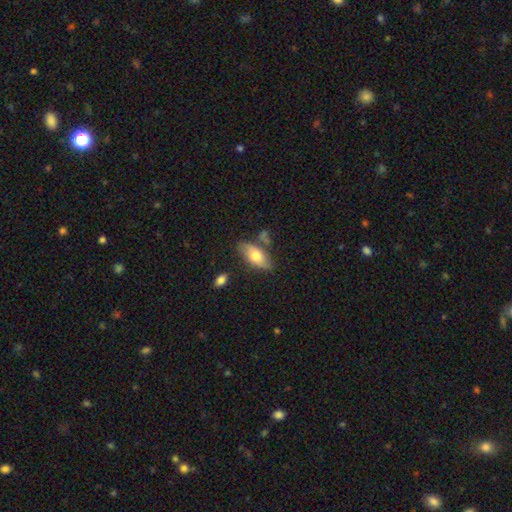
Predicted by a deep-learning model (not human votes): Smooth or featured? Predicted: smooth (p=0.68). How rounded? Predicted: in between (p=0.88). Merging? Predicted: none (p=0.67).